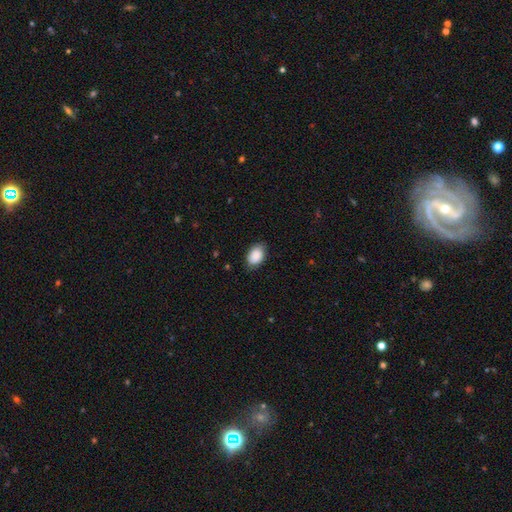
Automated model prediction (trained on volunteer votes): smooth-or-featured: smooth: 89% | star or artifact: 6% | featured or disk: 5%
  how-rounded: in between: 89% | round: 9% | cigar-shaped: 1%
  merging: none: 81% | minor disturbance: 15% | major disturbance: 3% | merger: 1%